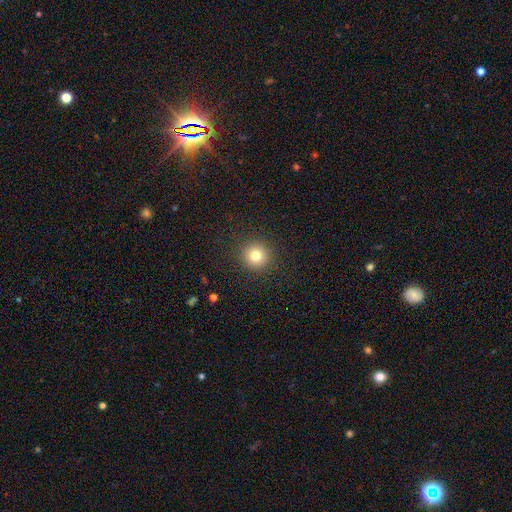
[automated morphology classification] Q: Smooth or featured?
A: smooth (79%); runner-up: star or artifact (13%)
Q: How rounded?
A: round (94%); runner-up: in between (5%)
Q: Merging?
A: none (91%); runner-up: minor disturbance (5%)